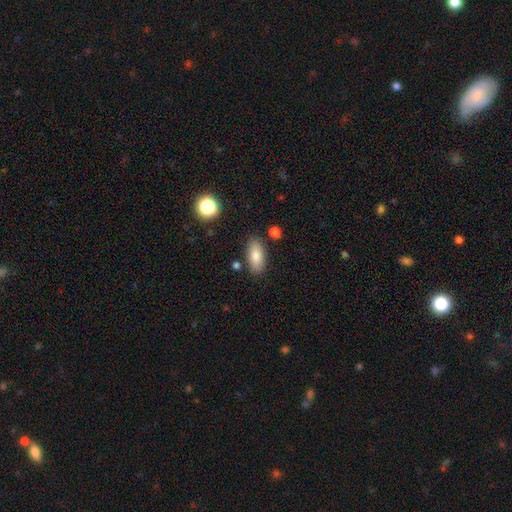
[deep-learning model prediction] Smooth or featured? smooth (83%)
How rounded? in between (86%)
Merging? none (83%)